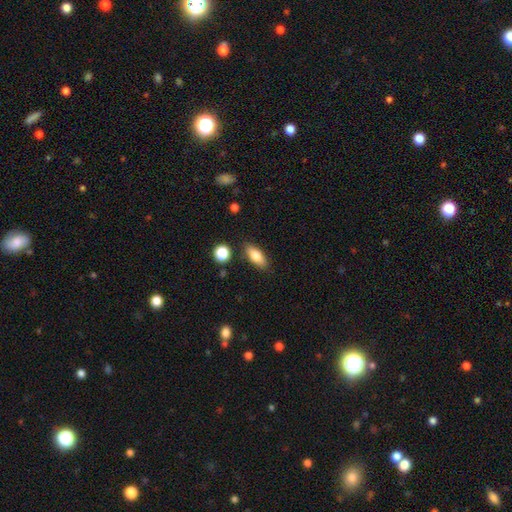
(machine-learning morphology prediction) Smooth or featured? smooth (81%)
How rounded? in between (81%)
Merging? none (84%)